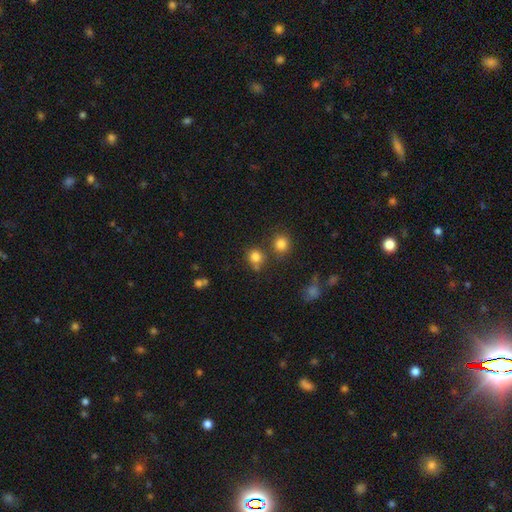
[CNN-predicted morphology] smooth_or_featured: smooth (p=0.80) [alt: star or artifact p=0.14]
how_rounded: round (p=0.83) [alt: in between p=0.16]
merging: none (p=0.66) [alt: merger p=0.18]